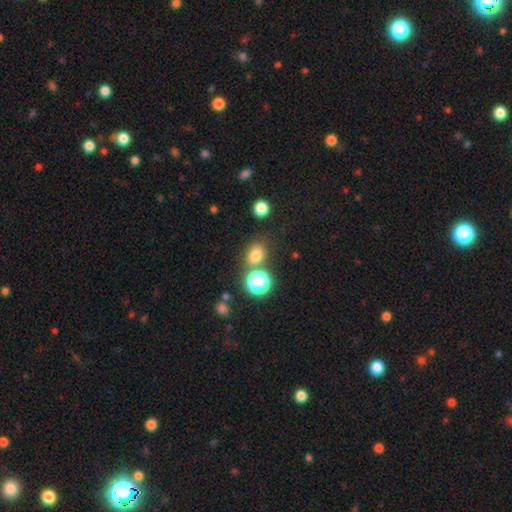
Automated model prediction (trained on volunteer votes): A smooth galaxy with no disk features (74%) that is round (57%).

Vote fractions:
- Smooth or featured? smooth: 74% / star or artifact: 19% / featured or disk: 7%
- How rounded? round: 57% / in between: 42% / cigar-shaped: 1%
- Merging? none: 71% / merger: 13% / minor disturbance: 12% / major disturbance: 4%